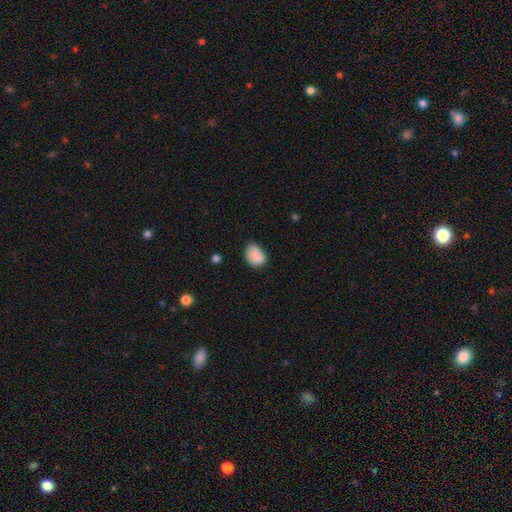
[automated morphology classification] Q: Smooth or featured?
A: smooth (86%); runner-up: star or artifact (9%)
Q: How rounded?
A: in between (67%); runner-up: round (32%)
Q: Merging?
A: none (62%); runner-up: minor disturbance (30%)